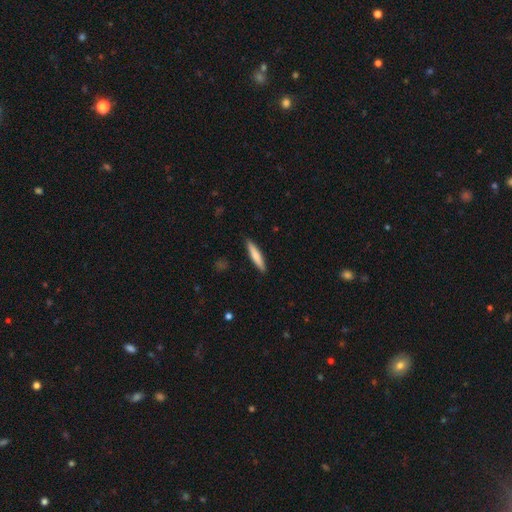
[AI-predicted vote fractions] smooth 75%, featured or disk 19%, star or artifact 5%. Down the decision tree: how rounded — cigar-shaped (89%); merging — none (90%).